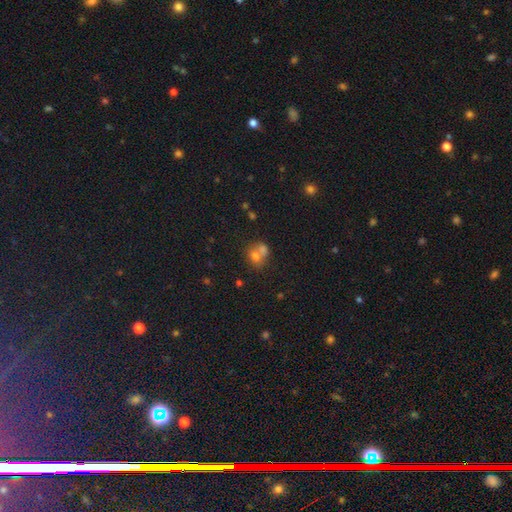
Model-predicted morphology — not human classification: smooth-or-featured: smooth: 68% | featured or disk: 18% | star or artifact: 14%
  how-rounded: round: 54% | in between: 45% | cigar-shaped: 1%
  merging: merger: 62% | none: 25% | minor disturbance: 8% | major disturbance: 5%